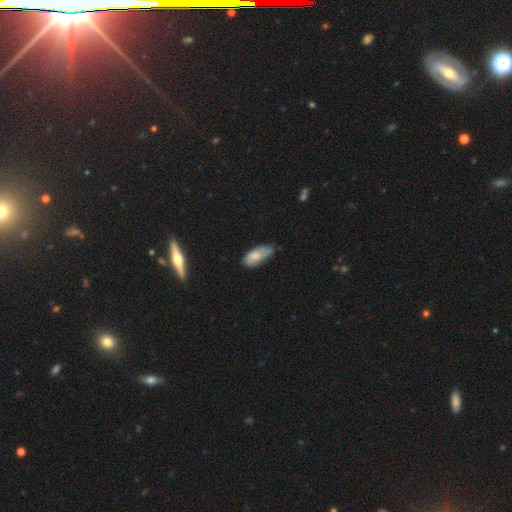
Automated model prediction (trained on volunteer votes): This is likely a smooth galaxy (76%). How rounded: clearly in between (84%). Merging: possibly none (46%).